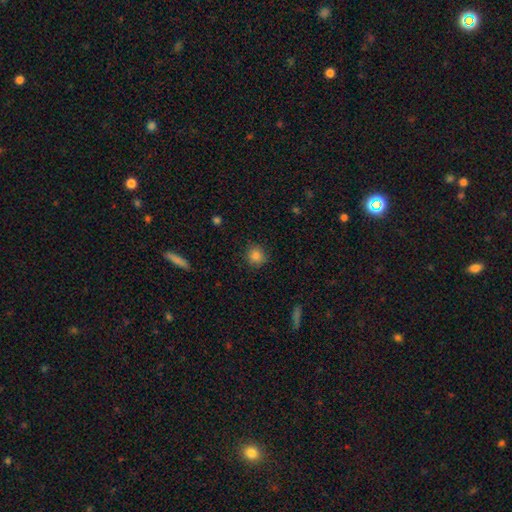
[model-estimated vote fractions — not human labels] Smooth or featured? smooth (84%)
How rounded? round (90%)
Merging? none (87%)